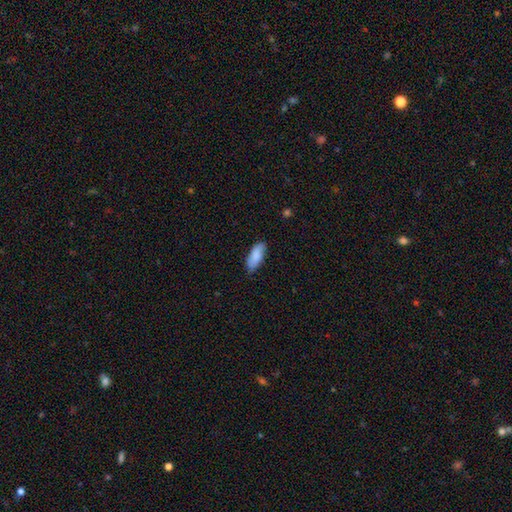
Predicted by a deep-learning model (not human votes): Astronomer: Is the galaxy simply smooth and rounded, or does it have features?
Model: smooth — 86%.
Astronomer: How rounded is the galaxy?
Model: in between — 78%.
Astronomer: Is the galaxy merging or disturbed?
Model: none — 81%.